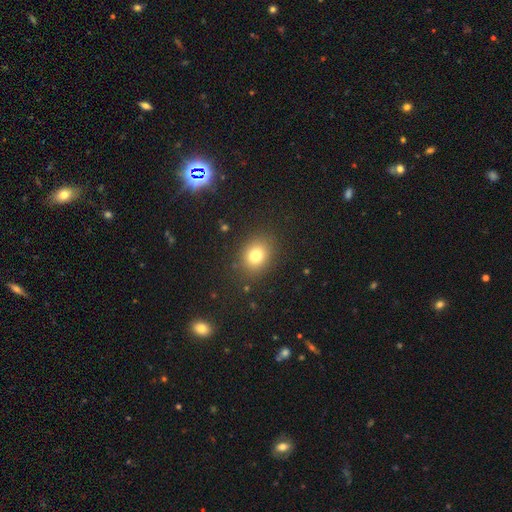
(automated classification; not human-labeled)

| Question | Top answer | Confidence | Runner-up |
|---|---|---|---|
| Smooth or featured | smooth | 77% | star or artifact (13%) |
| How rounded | round | 57% | in between (42%) |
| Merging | none | 86% | minor disturbance (9%) |